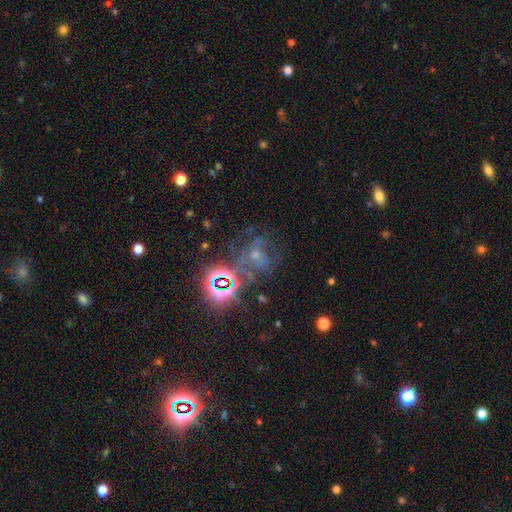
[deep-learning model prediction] star or artifact 41%, featured or disk 37%, smooth 22%.